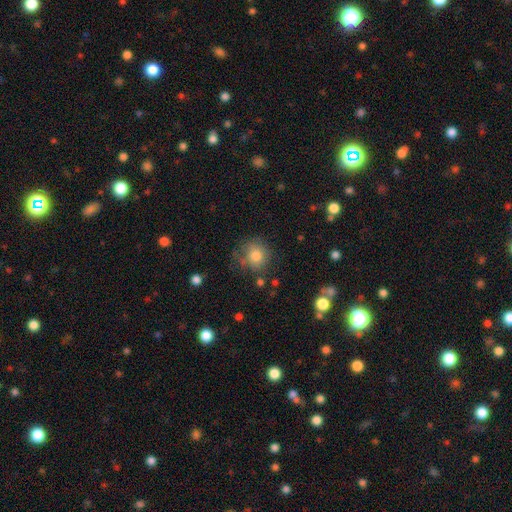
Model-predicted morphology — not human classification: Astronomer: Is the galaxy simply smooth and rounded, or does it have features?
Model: smooth — 79%.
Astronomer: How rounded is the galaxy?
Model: round — 88%.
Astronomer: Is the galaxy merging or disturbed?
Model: none — 65%.